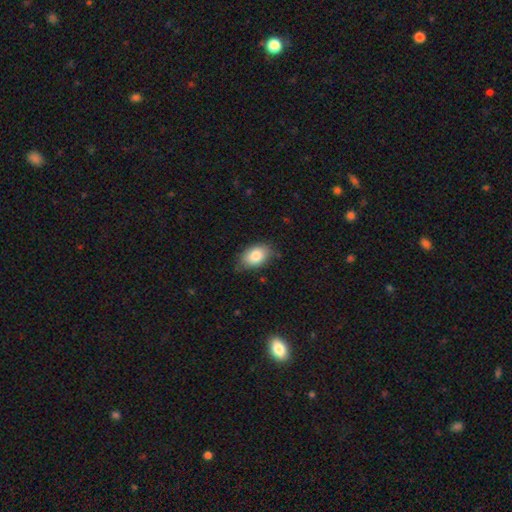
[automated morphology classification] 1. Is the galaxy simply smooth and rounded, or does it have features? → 83% smooth, 9% featured or disk, 7% star or artifact.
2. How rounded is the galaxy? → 88% in between, 11% round, 1% cigar-shaped.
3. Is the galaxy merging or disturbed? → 74% none, 22% minor disturbance, 3% major disturbance, 1% merger.